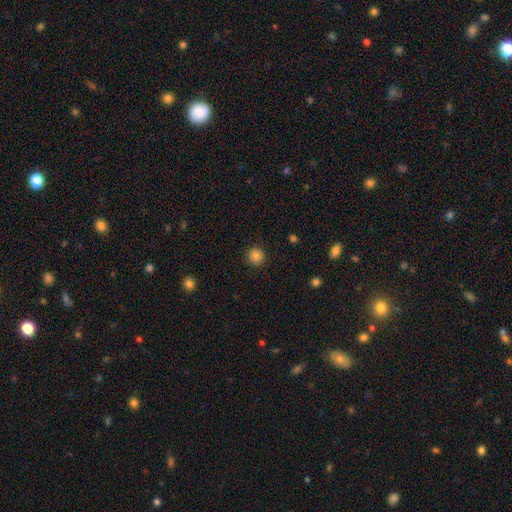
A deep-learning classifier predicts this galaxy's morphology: This is clearly a smooth galaxy (85%). How rounded: clearly round (95%). Merging: clearly none (92%).